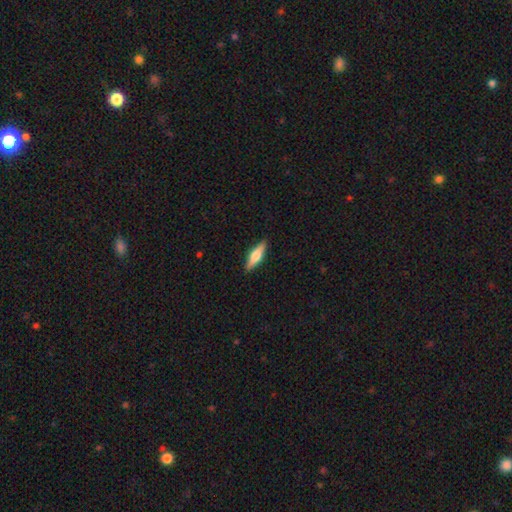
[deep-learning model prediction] Morphology: type=smooth (48%); merging=none (90%).